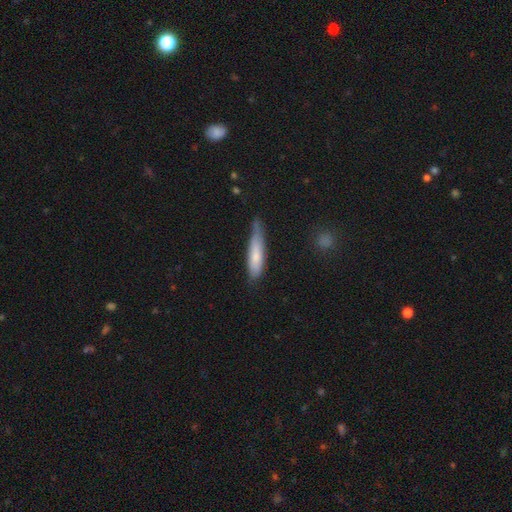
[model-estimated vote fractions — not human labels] smooth-or-featured: smooth: 74% | featured or disk: 21% | star or artifact: 6%
  how-rounded: cigar-shaped: 77% | in between: 21% | round: 2%
  merging: none: 50% | minor disturbance: 38% | major disturbance: 9% | merger: 3%